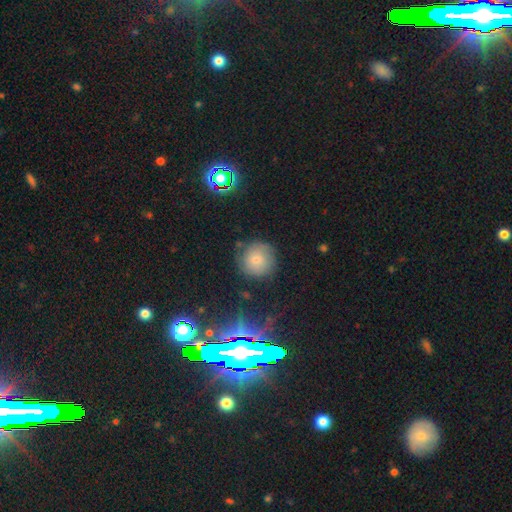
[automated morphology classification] smooth_or_featured: smooth (p=0.53) [alt: featured or disk p=0.25]
how_rounded: round (p=0.92) [alt: in between p=0.07]
merging: none (p=0.79) [alt: minor disturbance p=0.14]